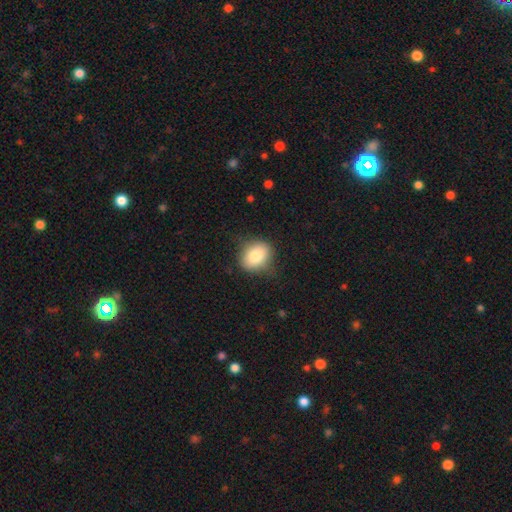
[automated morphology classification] The model was most divided on "how rounded": round: 59%, in between: 40%, cigar-shaped: 1%. More confident: smooth or featured — smooth (80%); merging — none (77%).